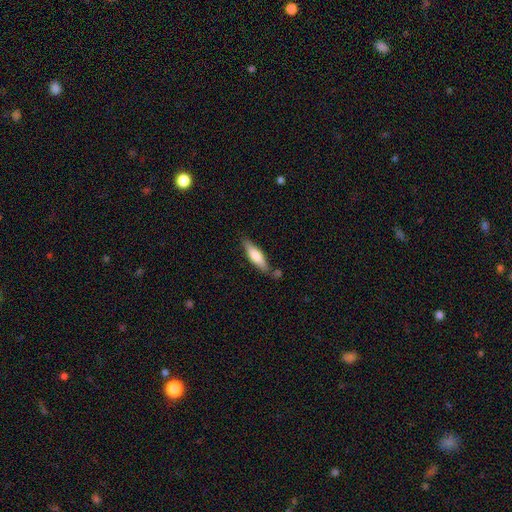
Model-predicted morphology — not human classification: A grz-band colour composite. It shows a smooth galaxy with no disk features (66%) that is cigar-shaped (64%). Merging: none (73%).